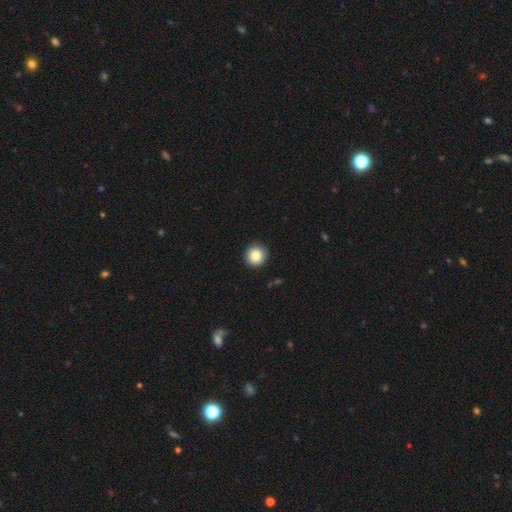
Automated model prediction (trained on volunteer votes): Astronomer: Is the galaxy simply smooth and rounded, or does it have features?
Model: smooth — 87%.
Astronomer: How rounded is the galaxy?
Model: round — 94%.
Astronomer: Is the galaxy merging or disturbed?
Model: none — 91%.